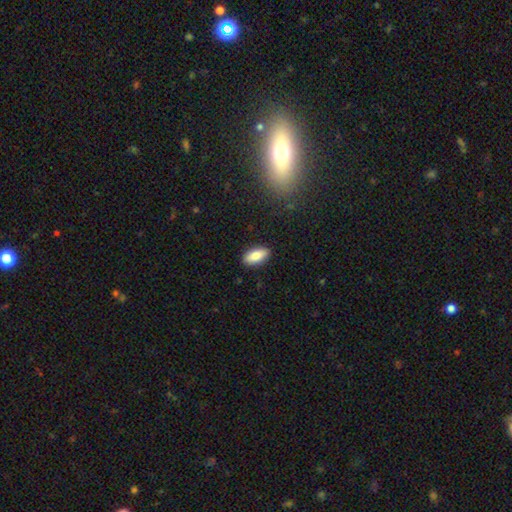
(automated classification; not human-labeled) A smooth galaxy with no disk features (83%) that is in between round and cigar-shaped (88%).

Vote fractions:
- Smooth or featured? smooth: 83% / featured or disk: 10% / star or artifact: 7%
- How rounded? in between: 88% / cigar-shaped: 10% / round: 3%
- Merging? none: 89% / minor disturbance: 8% / major disturbance: 2% / merger: 1%